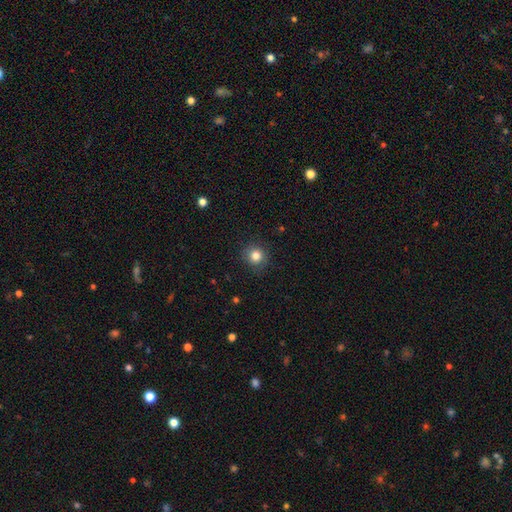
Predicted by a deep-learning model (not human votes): Smooth or featured? smooth (83%)
How rounded? round (92%)
Merging? none (87%)